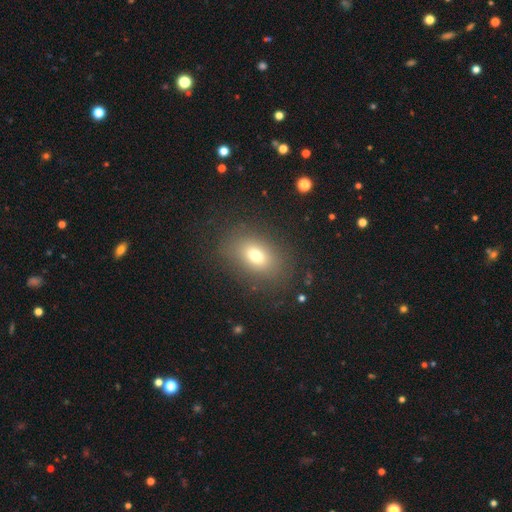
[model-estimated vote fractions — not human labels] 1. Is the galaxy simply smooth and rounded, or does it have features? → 72% smooth, 14% featured or disk, 14% star or artifact.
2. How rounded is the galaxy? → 77% in between, 21% round, 2% cigar-shaped.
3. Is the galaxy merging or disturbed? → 83% none, 10% minor disturbance, 6% major disturbance, 1% merger.